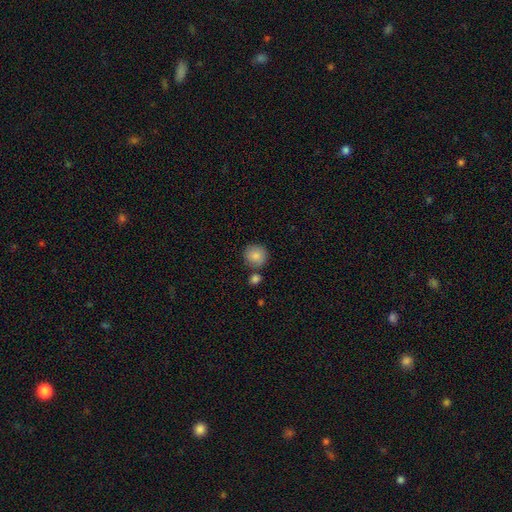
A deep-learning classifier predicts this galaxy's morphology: This is clearly a smooth galaxy (85%). How rounded: clearly round (91%). Merging: likely none (74%).